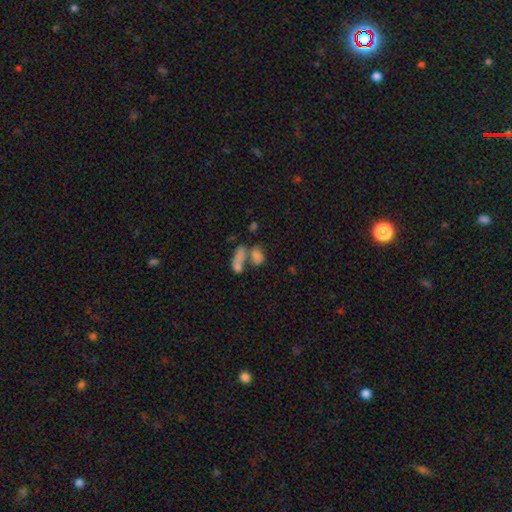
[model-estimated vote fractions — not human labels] Overall: smooth (68%). How rounded: in between (72%). Merging: merger (50%; none 35%).